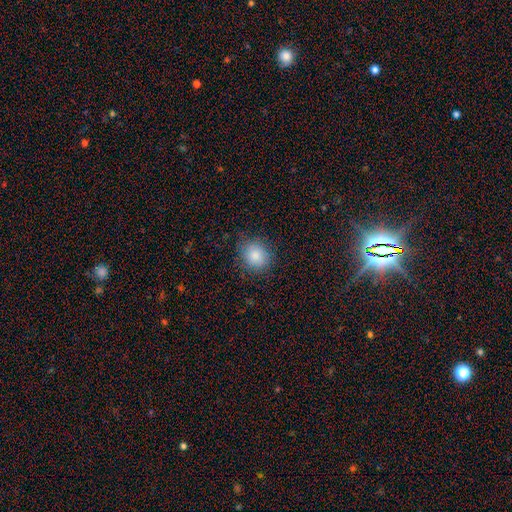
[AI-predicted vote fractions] This appears to be a smooth galaxy with no disk features (83%) that is round (73%). Merging: none (78%).